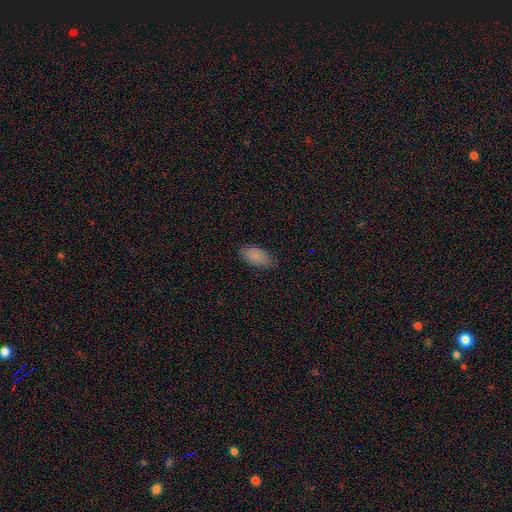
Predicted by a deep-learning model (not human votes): Smooth or featured?
  - smooth: 86% *
  - star or artifact: 7%
  - featured or disk: 6%
How rounded?
  - in between: 93% *
  - cigar-shaped: 4%
  - round: 3%
Merging?
  - none: 82% *
  - minor disturbance: 14%
  - major disturbance: 3%
  - merger: 1%